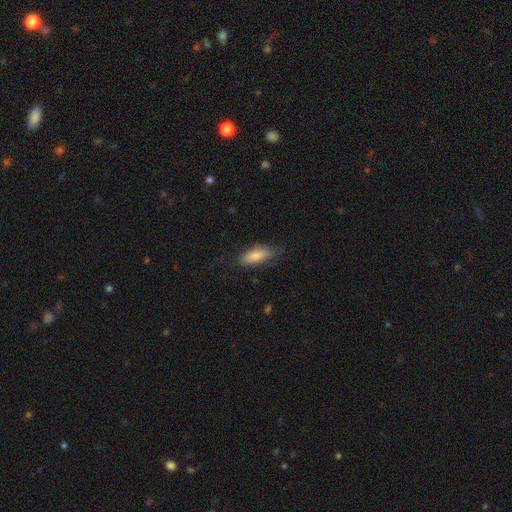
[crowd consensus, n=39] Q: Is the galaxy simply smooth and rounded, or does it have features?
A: smooth — 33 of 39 (85%).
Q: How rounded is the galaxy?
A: in between — 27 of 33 (82%).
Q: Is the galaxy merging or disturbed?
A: none — 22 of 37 (59%).